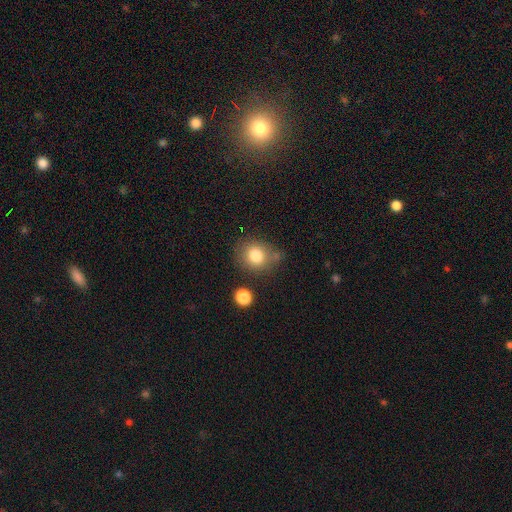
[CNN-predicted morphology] Overall: smooth (80%). How rounded: round (66%; in between 33%). Merging: none (64%).